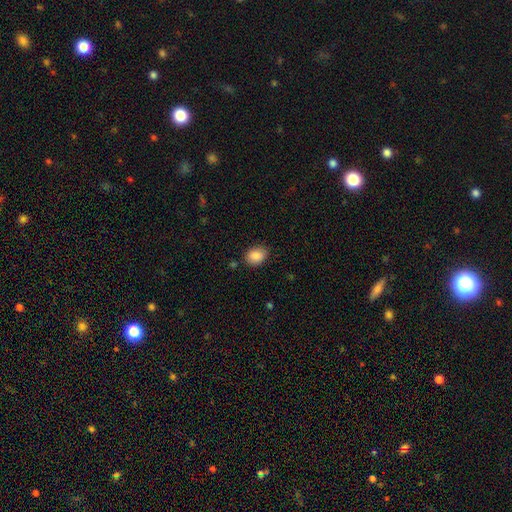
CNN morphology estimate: Smooth or featured: smooth — 87% (star or artifact — 8%)
How rounded: in between — 66% (round — 33%)
Merging: none — 84% (minor disturbance — 12%)